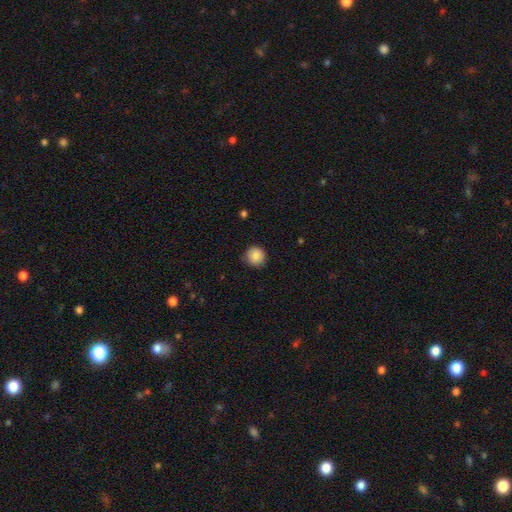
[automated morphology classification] A smooth galaxy with no disk features (87%) that is round (91%). Merging: none (82%).